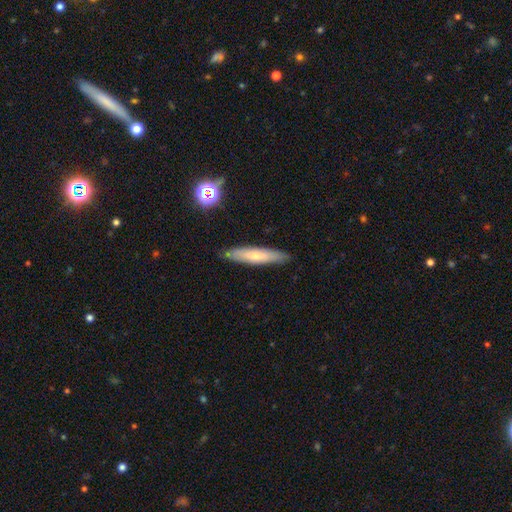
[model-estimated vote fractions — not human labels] Morphology: type=smooth (57%); roundness=cigar-shaped (84%); merging=none (85%).